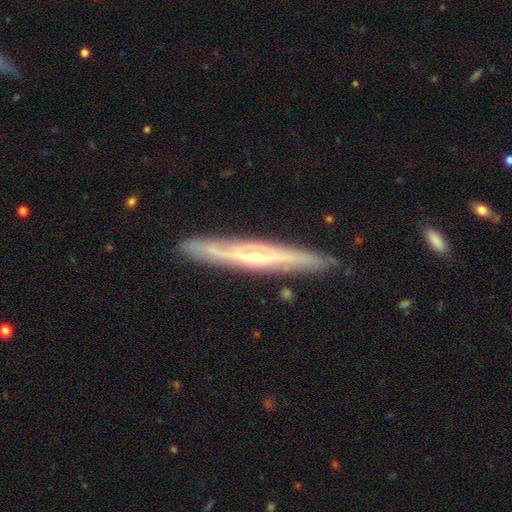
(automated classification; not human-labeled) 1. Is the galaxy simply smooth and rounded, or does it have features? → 76% featured or disk, 18% smooth, 6% star or artifact.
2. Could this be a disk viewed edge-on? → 83% yes, 17% no.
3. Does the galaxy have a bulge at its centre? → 68% rounded, 29% none, 3% boxy.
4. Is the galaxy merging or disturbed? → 85% none, 11% minor disturbance, 2% major disturbance, 2% merger.